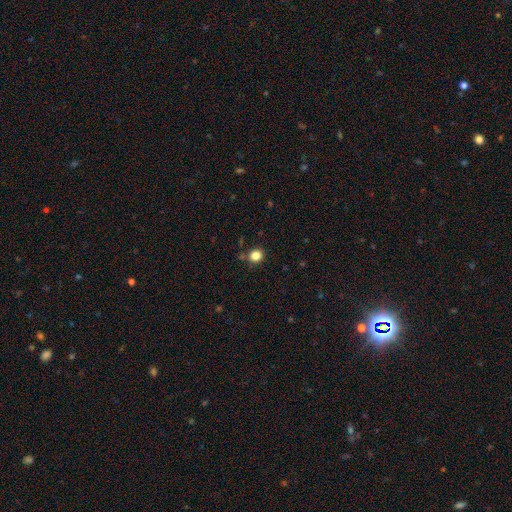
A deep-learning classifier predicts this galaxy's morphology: smooth_or_featured: smooth (p=0.83) [alt: star or artifact p=0.12]
how_rounded: round (p=0.80) [alt: in between p=0.19]
merging: none (p=0.83) [alt: minor disturbance p=0.10]